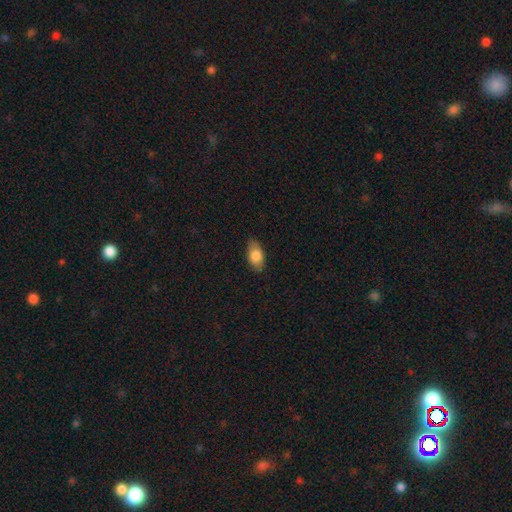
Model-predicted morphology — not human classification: type=smooth (81%); roundness=in between (91%); merging=none (83%).